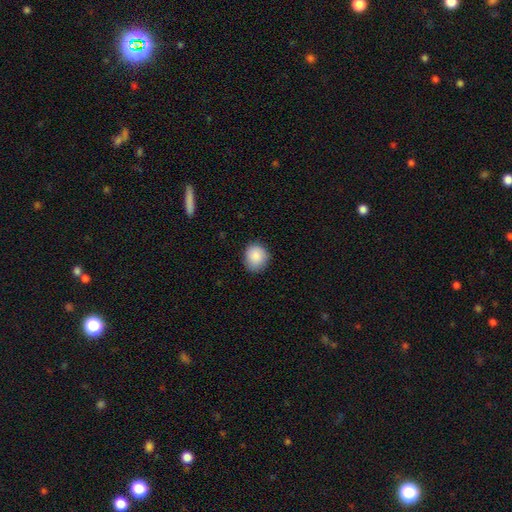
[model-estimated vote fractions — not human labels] The model was most divided on "how rounded": round: 79%, in between: 20%, cigar-shaped: 1%. More confident: smooth or featured — smooth (89%); merging — none (85%).